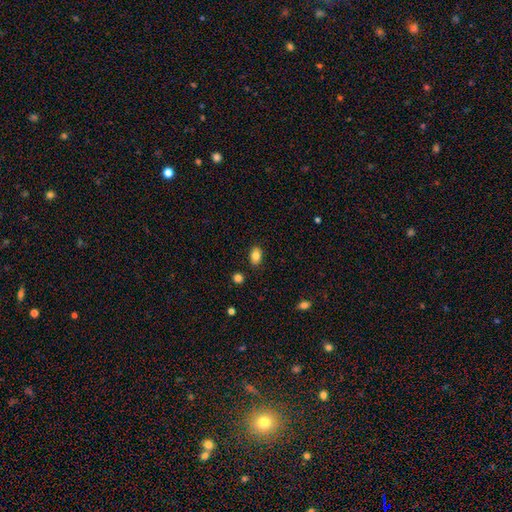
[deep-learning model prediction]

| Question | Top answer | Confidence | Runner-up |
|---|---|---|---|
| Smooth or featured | smooth | 83% | star or artifact (9%) |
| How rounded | in between | 85% | round (14%) |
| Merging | none | 86% | minor disturbance (10%) |